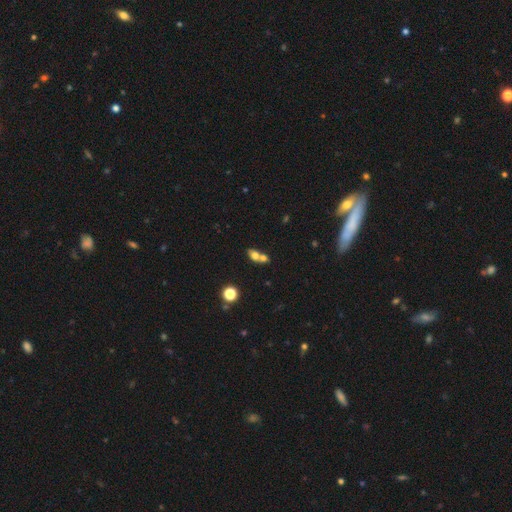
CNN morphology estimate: Overall: smooth (69%). How rounded: in between (65%; round 31%). Merging: merger (60%; none 29%).